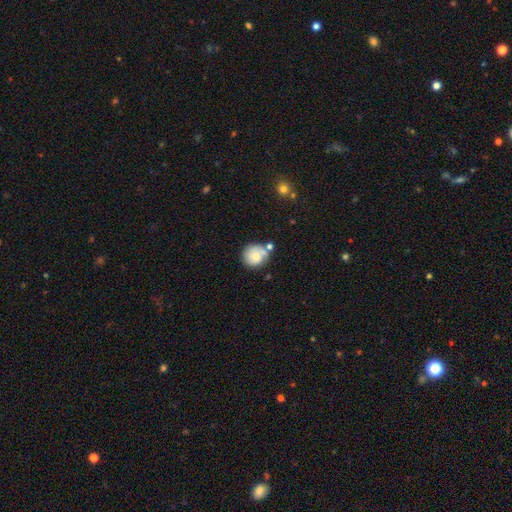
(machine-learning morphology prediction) Smooth or featured: smooth — 61% (featured or disk — 31%)
How rounded: round — 81% (in between — 18%)
Merging: none — 56% (minor disturbance — 20%)